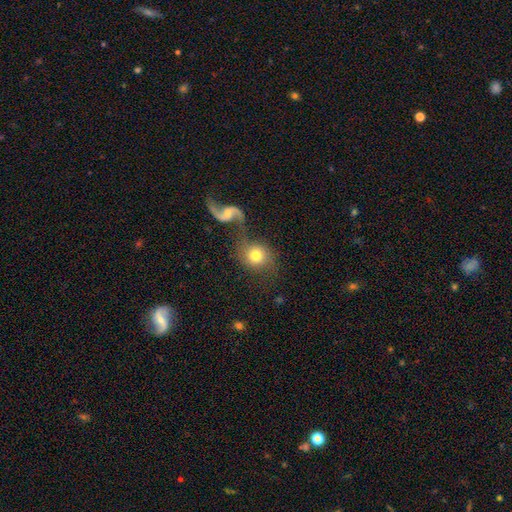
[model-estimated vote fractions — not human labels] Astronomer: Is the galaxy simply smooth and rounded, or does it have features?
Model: smooth — 65%.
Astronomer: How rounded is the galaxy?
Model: round — 80%.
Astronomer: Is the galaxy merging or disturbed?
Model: none — 46% (runner-up: merger, 35%).